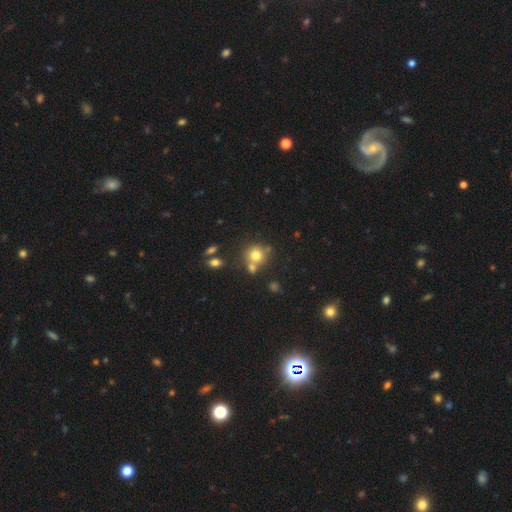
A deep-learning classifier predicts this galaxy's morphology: smooth-or-featured: smooth: 74% | star or artifact: 13% | featured or disk: 12%
  how-rounded: round: 86% | in between: 13% | cigar-shaped: 1%
  merging: none: 58% | merger: 27% | minor disturbance: 11% | major disturbance: 4%